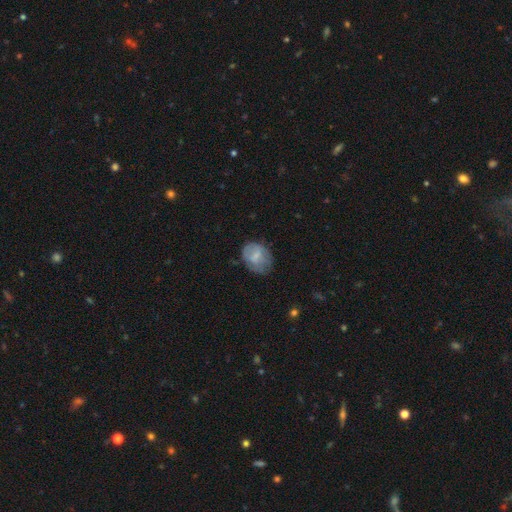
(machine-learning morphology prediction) A smooth galaxy with no disk features (63%) that is in between round and cigar-shaped (61%). Merging: none (56%).